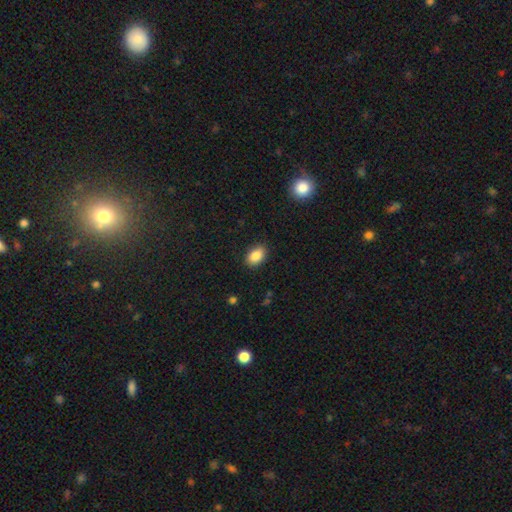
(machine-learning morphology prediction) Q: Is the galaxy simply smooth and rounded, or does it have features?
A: smooth — 87%.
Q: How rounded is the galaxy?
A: in between — 86%.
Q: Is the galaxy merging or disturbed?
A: none — 87%.